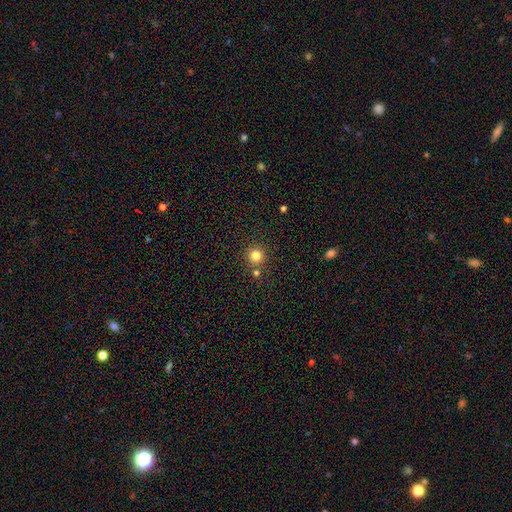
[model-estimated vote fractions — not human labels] smooth_or_featured: smooth (p=0.81) [alt: star or artifact p=0.14]
how_rounded: round (p=0.94) [alt: in between p=0.05]
merging: none (p=0.79) [alt: merger p=0.12]